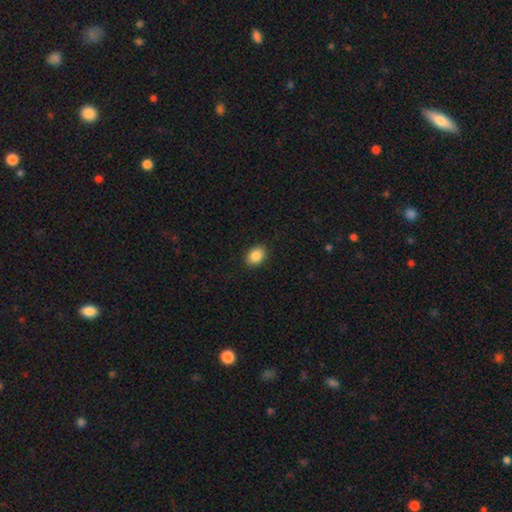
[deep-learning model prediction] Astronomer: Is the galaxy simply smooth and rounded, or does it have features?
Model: smooth — 88%.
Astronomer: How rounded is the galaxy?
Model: in between — 65%.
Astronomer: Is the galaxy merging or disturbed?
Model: none — 89%.